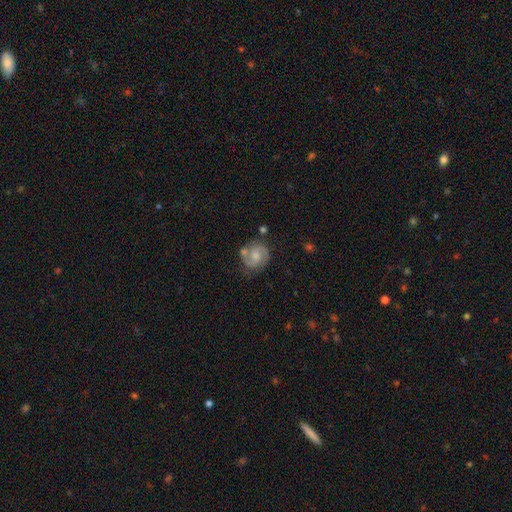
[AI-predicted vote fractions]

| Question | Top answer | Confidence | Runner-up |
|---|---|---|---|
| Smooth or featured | featured or disk | 77% | smooth (16%) |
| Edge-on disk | no | 98% | yes (2%) |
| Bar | no | 54% | weak (39%) |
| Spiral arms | yes | 95% | no (5%) |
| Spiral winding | medium | 51% | tight (36%) |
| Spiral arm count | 2 | 89% | can't tell (5%) |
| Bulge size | moderate | 46% | small (34%) |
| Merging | none | 69% | minor disturbance (17%) |